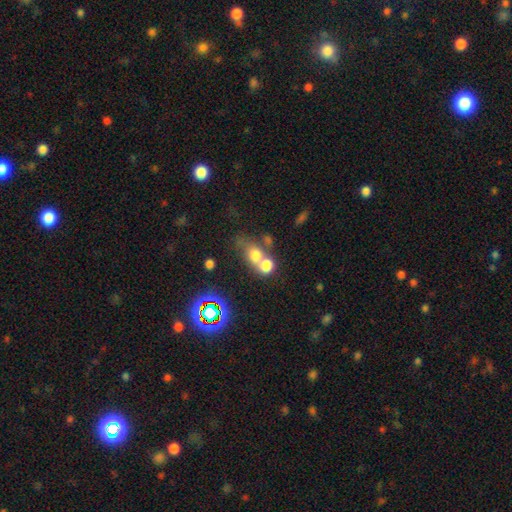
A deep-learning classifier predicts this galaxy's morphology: The model was most divided on "how rounded": round: 63%, in between: 35%, cigar-shaped: 2%. More confident: smooth or featured — smooth (68%); merging — merger (59%).